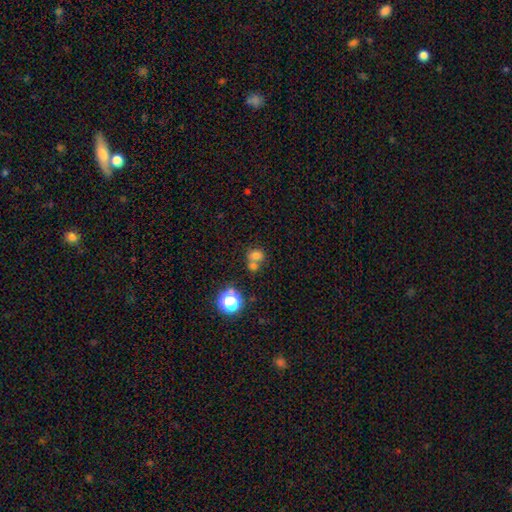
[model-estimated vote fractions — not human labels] smooth-or-featured: smooth: 70% | star or artifact: 19% | featured or disk: 11%
  how-rounded: round: 66% | in between: 33% | cigar-shaped: 1%
  merging: merger: 48% | none: 39% | minor disturbance: 8% | major disturbance: 4%